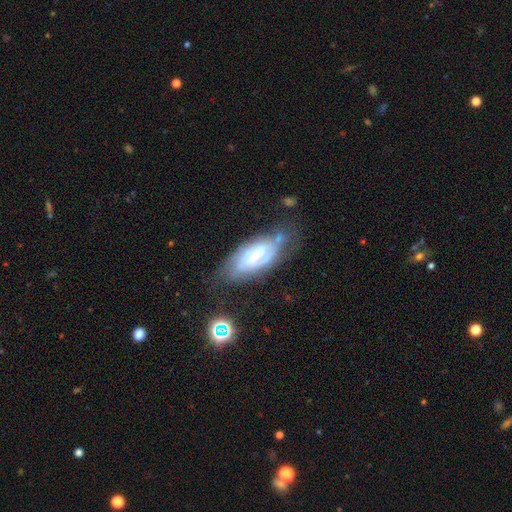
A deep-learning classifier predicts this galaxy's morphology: Smooth or featured: featured or disk — 79% (smooth — 14%)
Edge-on disk: no — 92% (yes — 8%)
Bar: weak — 46% (strong — 38%)
Spiral arms: yes — 90% (no — 10%)
Spiral winding: tight — 52% (medium — 38%)
Spiral arm count: 2 — 62% (can't tell — 23%)
Bulge size: small — 48% (moderate — 42%)
Merging: none — 61% (minor disturbance — 24%)